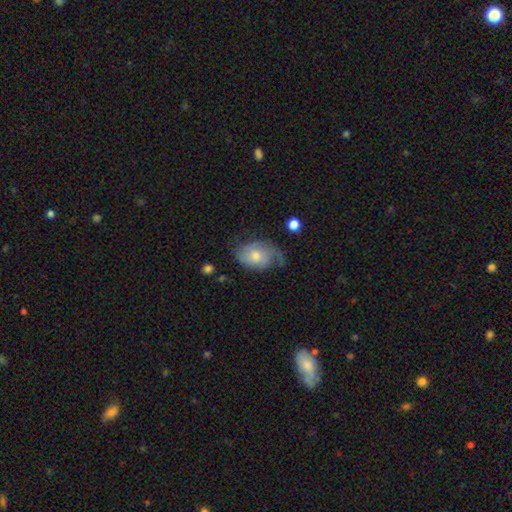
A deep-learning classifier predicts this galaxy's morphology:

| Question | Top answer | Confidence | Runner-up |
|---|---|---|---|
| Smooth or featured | featured or disk | 62% | smooth (30%) |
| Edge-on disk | no | 95% | yes (5%) |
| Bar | no | 77% | weak (20%) |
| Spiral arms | yes | 87% | no (13%) |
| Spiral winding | medium | 37% | loose (33%) |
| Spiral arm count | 2 | 46% | 1 (25%) |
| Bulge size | moderate | 59% | small (32%) |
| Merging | none | 53% | minor disturbance (28%) |